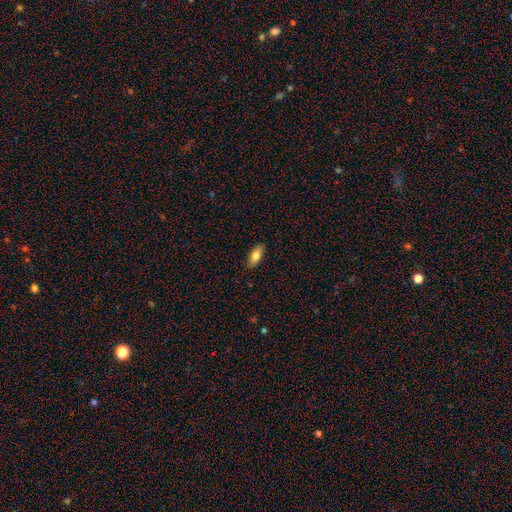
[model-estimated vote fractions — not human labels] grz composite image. It shows a smooth galaxy with no disk features (79%) that is in between round and cigar-shaped (82%). Merging: none (89%).